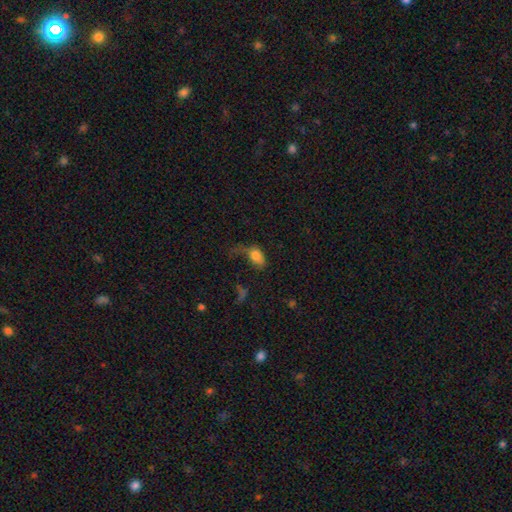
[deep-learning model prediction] The model was most divided on "merging": major disturbance: 51%, none: 21%, minor disturbance: 20%, merger: 7%. More confident: how rounded — in between (84%); smooth or featured — smooth (74%).